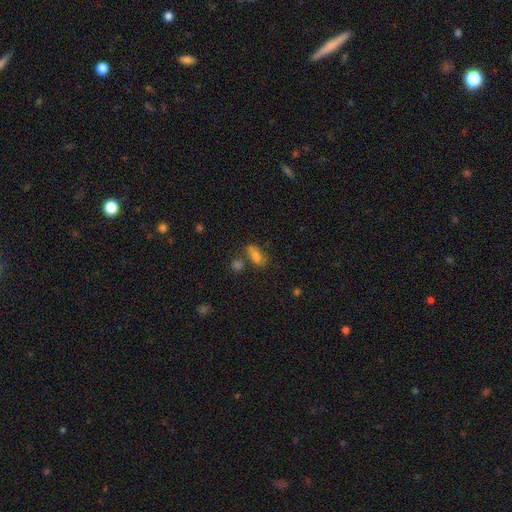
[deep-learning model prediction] A smooth galaxy with no disk features (69%) that is in between round and cigar-shaped (76%). Merging: none (49%).